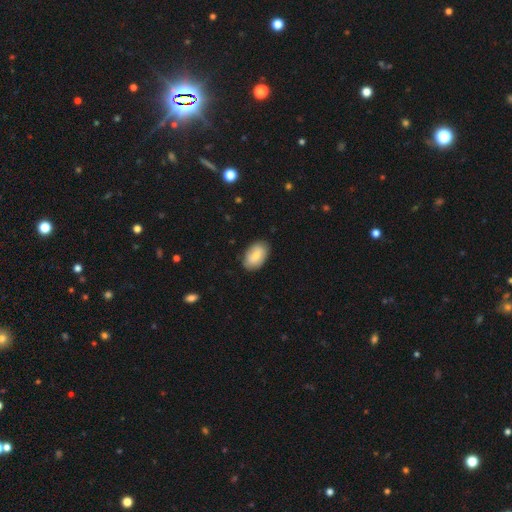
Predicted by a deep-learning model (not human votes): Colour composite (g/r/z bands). It shows a smooth galaxy with no disk features (77%) that is in between round and cigar-shaped (93%). Merging: none (83%).